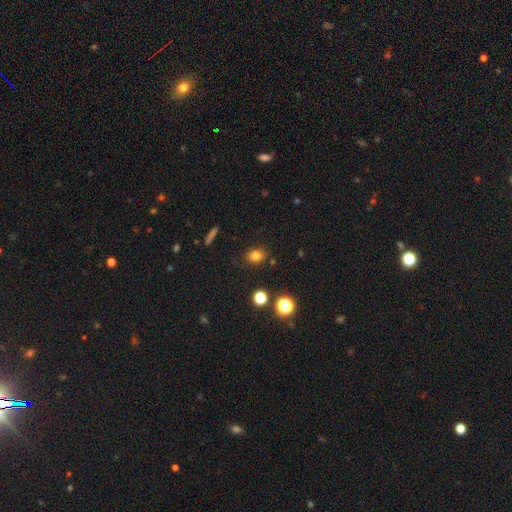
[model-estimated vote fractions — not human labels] The model was most divided on "how rounded": in between: 53%, round: 46%, cigar-shaped: 1%. More confident: merging — none (84%); smooth or featured — smooth (78%).